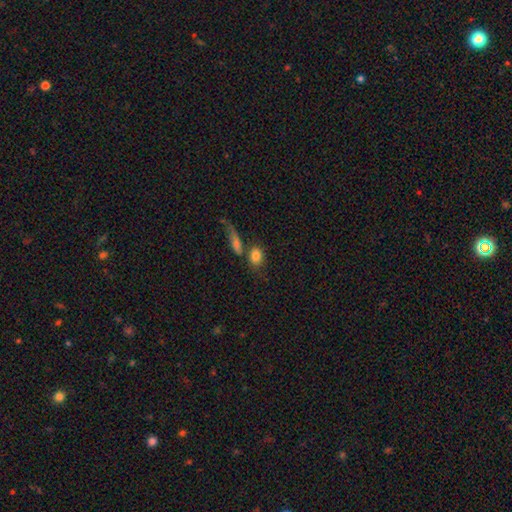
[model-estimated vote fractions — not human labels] A smooth galaxy with no disk features (82%) that is in between round and cigar-shaped (55%). Merging: none (56%).